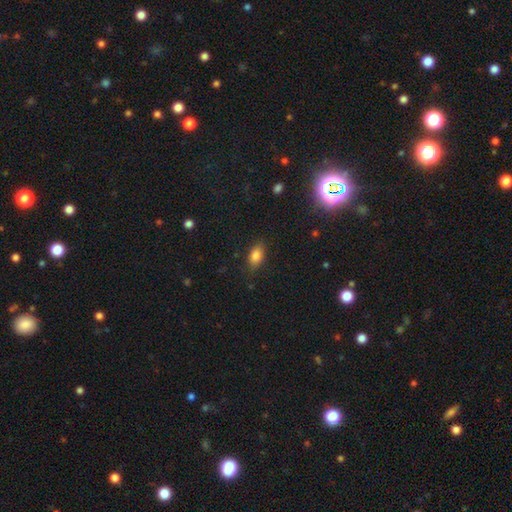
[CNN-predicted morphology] smooth-or-featured: smooth: 82% | star or artifact: 11% | featured or disk: 8%
  how-rounded: in between: 85% | round: 12% | cigar-shaped: 4%
  merging: none: 82% | minor disturbance: 14% | major disturbance: 3% | merger: 1%